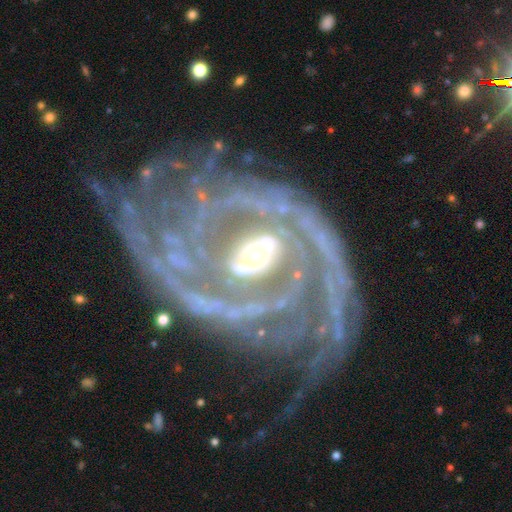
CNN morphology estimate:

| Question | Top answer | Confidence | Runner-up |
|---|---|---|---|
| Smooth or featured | featured or disk | 91% | star or artifact (5%) |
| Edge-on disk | no | 97% | yes (3%) |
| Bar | no | 49% | weak (27%) |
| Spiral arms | yes | 94% | no (6%) |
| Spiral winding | tight | 54% | medium (32%) |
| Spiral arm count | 2 | 32% | can't tell (18%) |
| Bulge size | moderate | 49% | small (42%) |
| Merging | none | 57% | major disturbance (22%) |